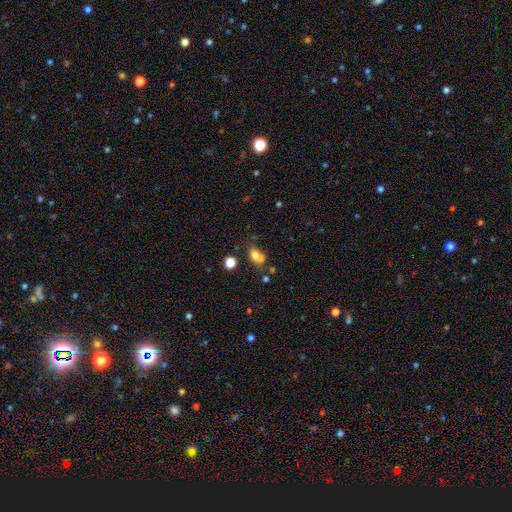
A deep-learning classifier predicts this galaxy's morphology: Q: Smooth or featured?
A: smooth (70%); runner-up: star or artifact (15%)
Q: How rounded?
A: in between (54%); runner-up: round (44%)
Q: Merging?
A: merger (44%); runner-up: none (36%)